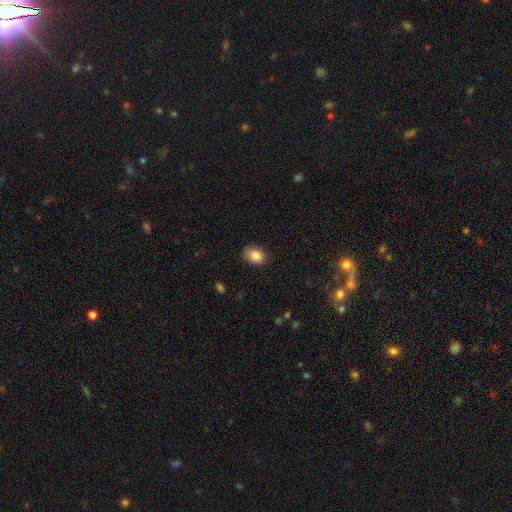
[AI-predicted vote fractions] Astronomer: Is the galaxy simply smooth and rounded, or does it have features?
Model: smooth — 87%.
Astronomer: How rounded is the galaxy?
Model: in between — 59% (runner-up: round, 40%).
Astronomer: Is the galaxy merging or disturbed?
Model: none — 78%.